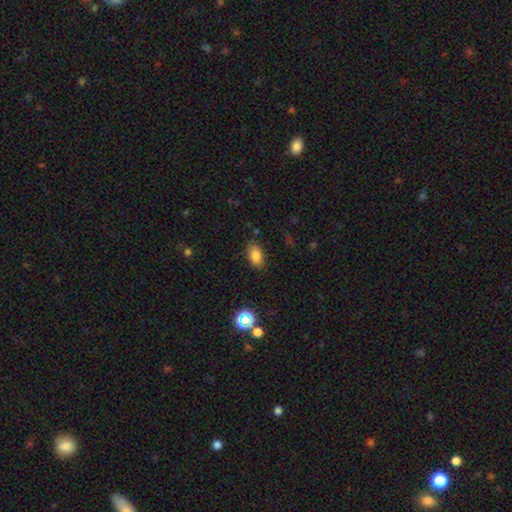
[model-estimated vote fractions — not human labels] Q: Smooth or featured?
A: smooth (80%); runner-up: star or artifact (12%)
Q: How rounded?
A: in between (90%); runner-up: round (8%)
Q: Merging?
A: none (83%); runner-up: minor disturbance (12%)